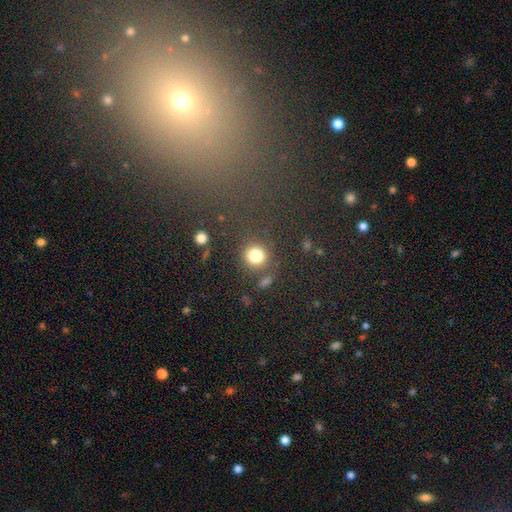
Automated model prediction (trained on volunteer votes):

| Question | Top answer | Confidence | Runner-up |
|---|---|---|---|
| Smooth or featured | smooth | 81% | star or artifact (12%) |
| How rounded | round | 88% | in between (11%) |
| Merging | none | 73% | minor disturbance (11%) |